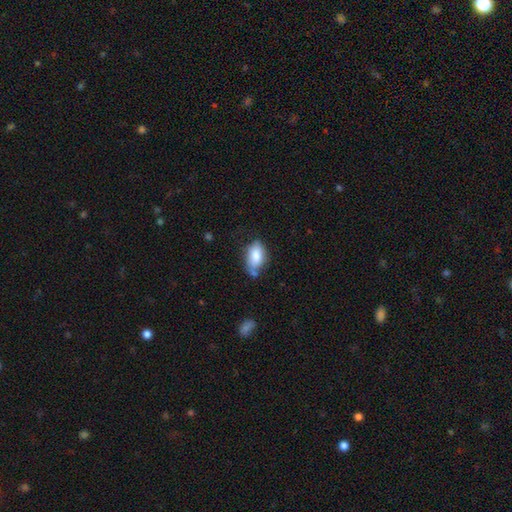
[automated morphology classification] Smooth or featured?
  - smooth: 80% *
  - featured or disk: 13%
  - star or artifact: 7%
How rounded?
  - in between: 91% *
  - round: 6%
  - cigar-shaped: 3%
Merging?
  - none: 51% *
  - minor disturbance: 30%
  - merger: 11%
  - major disturbance: 8%